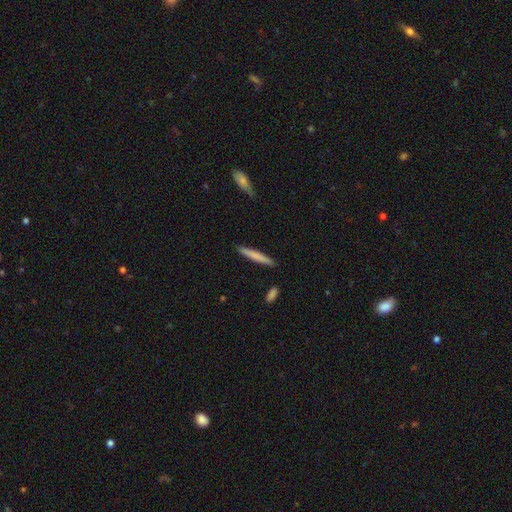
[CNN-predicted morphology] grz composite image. It shows a smooth galaxy with no disk features (73%) that is cigar-shaped (95%). Merging: none (90%).